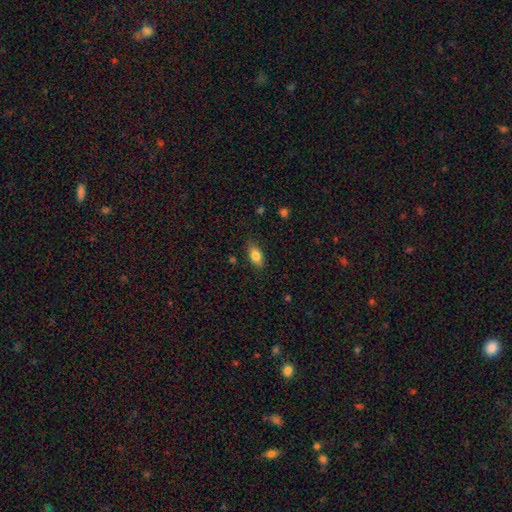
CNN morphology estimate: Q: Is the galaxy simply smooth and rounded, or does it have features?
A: smooth — 82%.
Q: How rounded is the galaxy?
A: in between — 87%.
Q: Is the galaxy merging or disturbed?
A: none — 82%.